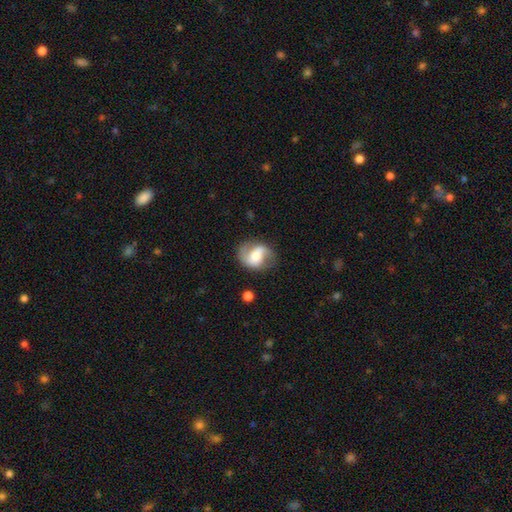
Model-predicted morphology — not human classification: The model was most divided on "spiral winding": loose: 44%, medium: 41%, tight: 15%. Remaining: edge-on disk — no (97%); spiral arms — yes (90%); spiral arm count — 2 (86%); merging — none (70%); smooth or featured — featured or disk (68%); bulge size — moderate (47%); bar — weak (41%).